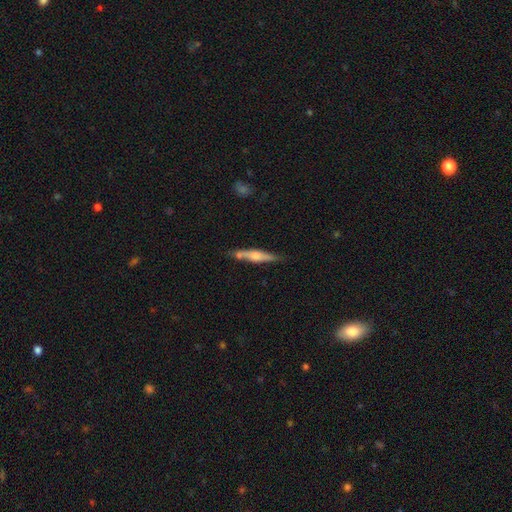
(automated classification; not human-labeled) A featured or disk galaxy (57%) viewed edge-on (94%) with a rounded central bulge (82%).

Vote fractions:
- Smooth or featured? featured or disk: 57% / smooth: 38% / star or artifact: 6%
- Edge-on disk? yes: 94% / no: 6%
- Edge-on bulge? rounded: 82% / boxy: 10% / none: 8%
- Merging? none: 70% / minor disturbance: 16% / merger: 11% / major disturbance: 4%